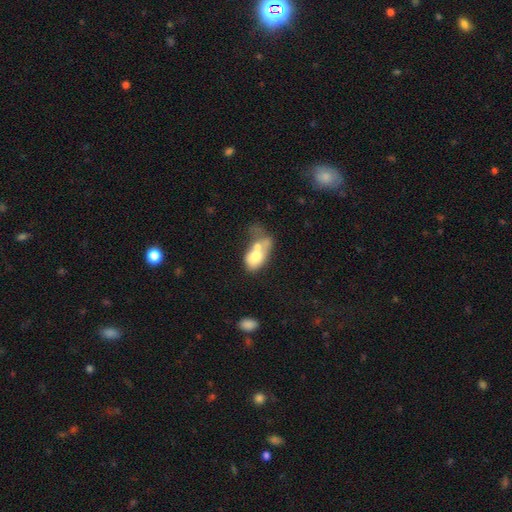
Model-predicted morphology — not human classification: This appears to be a smooth galaxy with no disk features (64%) that is in between round and cigar-shaped (80%). Merging: merger (62%).